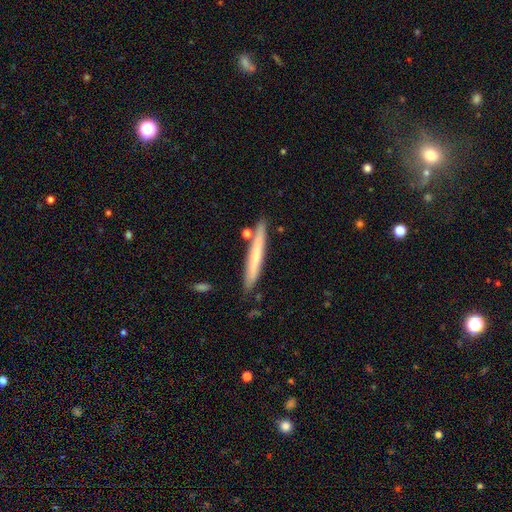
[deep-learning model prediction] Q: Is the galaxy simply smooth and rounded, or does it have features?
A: smooth — 54%.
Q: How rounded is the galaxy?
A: cigar-shaped — 95%.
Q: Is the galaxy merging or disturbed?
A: none — 81%.